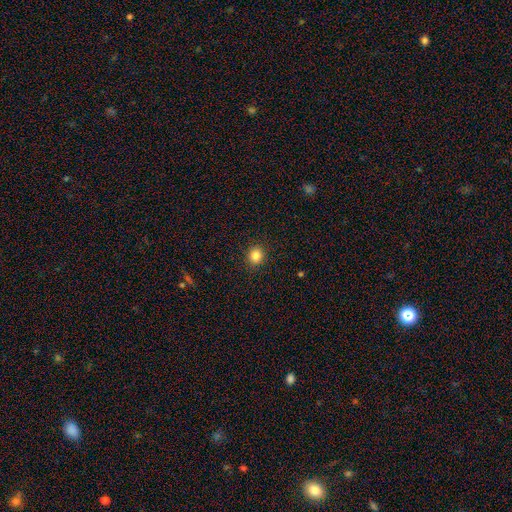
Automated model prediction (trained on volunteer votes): Overall: smooth (84%). How rounded: round (85%). Merging: none (91%).